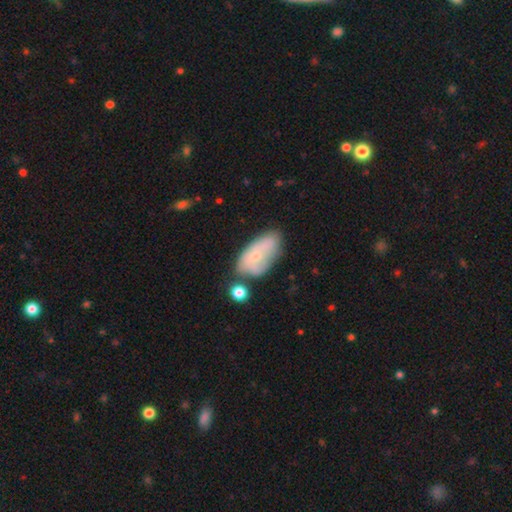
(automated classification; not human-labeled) Morphology: type=smooth (57%); roundness=in between (91%); merging=none (44%).